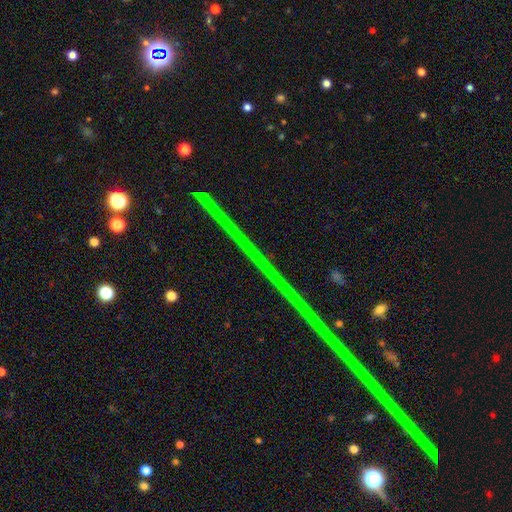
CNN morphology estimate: This is clearly a star or artifact rather than a galaxy (87%).